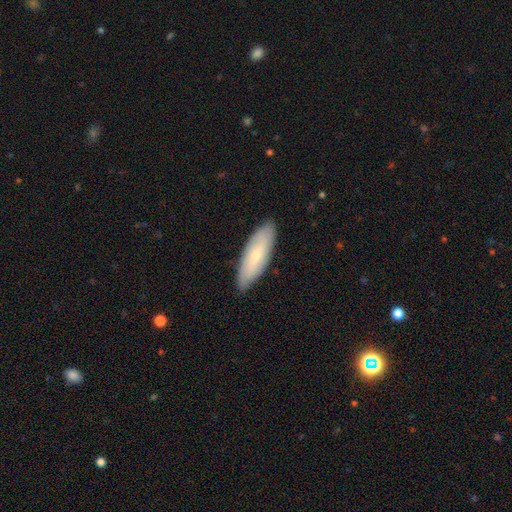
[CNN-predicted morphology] A smooth galaxy with no disk features (62%) that is in between round and cigar-shaped (59%). Merging: none (85%).